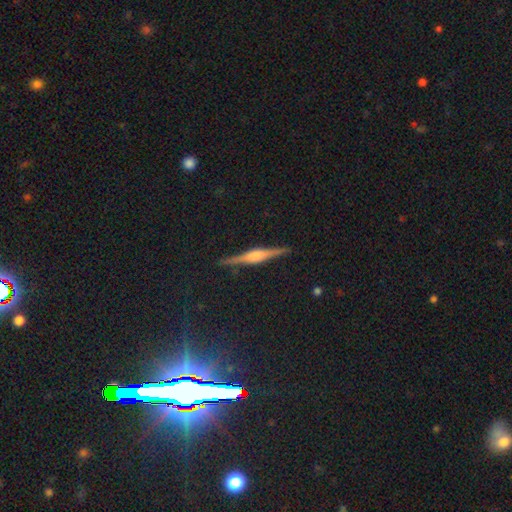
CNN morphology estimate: A featured or disk galaxy (78%) viewed edge-on (98%) with a rounded central bulge (61%). Merging: none (90%).